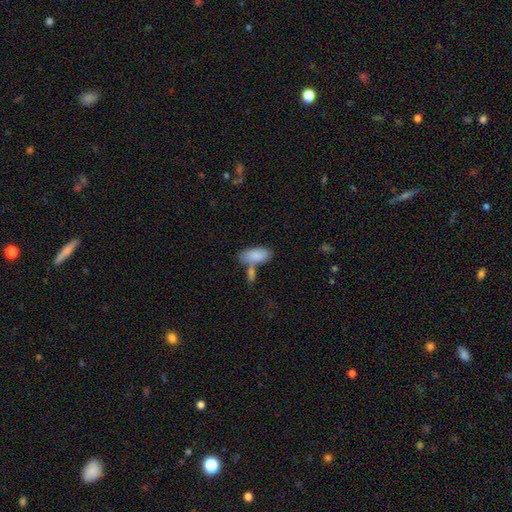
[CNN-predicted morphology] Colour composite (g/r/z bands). It shows a smooth galaxy with no disk features (86%) that is in between round and cigar-shaped (91%). Merging: none (50%).